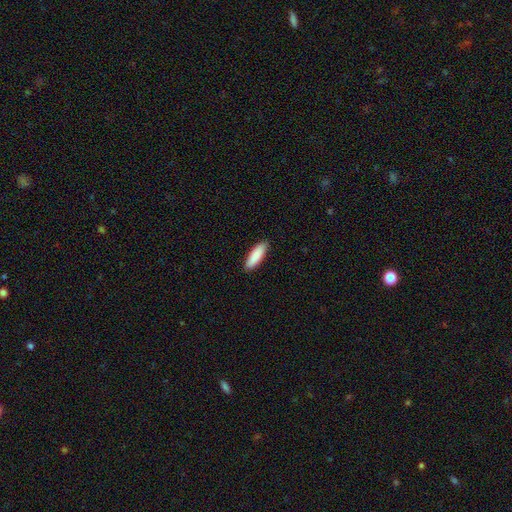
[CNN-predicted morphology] The model was most divided on "how rounded": cigar-shaped: 50%, in between: 49%, round: 1%. More confident: merging — none (90%); smooth or featured — smooth (89%).